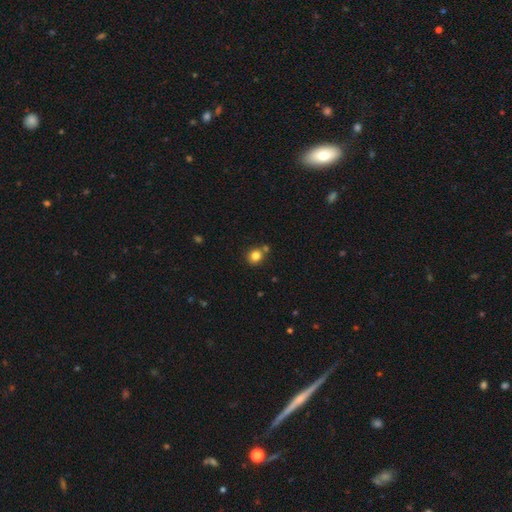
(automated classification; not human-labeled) Smooth or featured?
  - smooth: 82% *
  - star or artifact: 12%
  - featured or disk: 6%
How rounded?
  - round: 86% *
  - in between: 13%
  - cigar-shaped: 1%
Merging?
  - none: 73% *
  - merger: 14%
  - minor disturbance: 10%
  - major disturbance: 3%